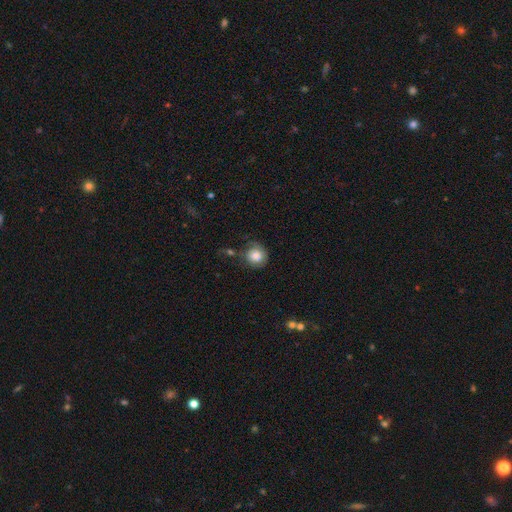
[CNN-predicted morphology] A smooth galaxy with no disk features (76%) that is round (81%). Merging: none (49%).